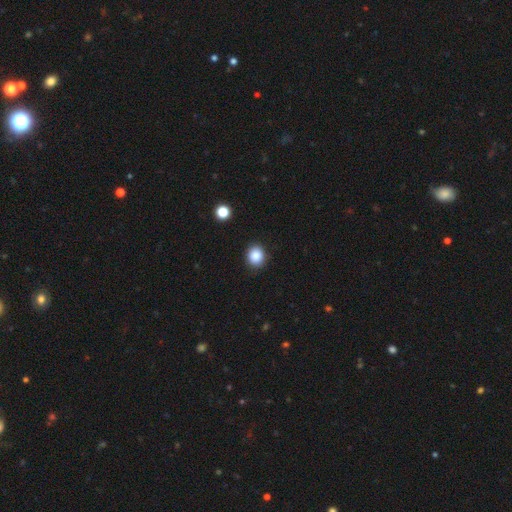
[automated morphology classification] This appears to be a smooth galaxy with no disk features (86%) that is round (73%). Merging: none (89%).